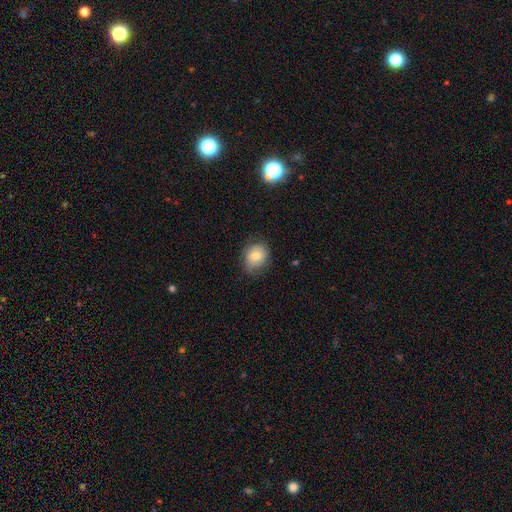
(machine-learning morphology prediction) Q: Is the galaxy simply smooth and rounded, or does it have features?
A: smooth — 74%.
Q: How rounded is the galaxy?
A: round — 59%.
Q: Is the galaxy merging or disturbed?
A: none — 74%.